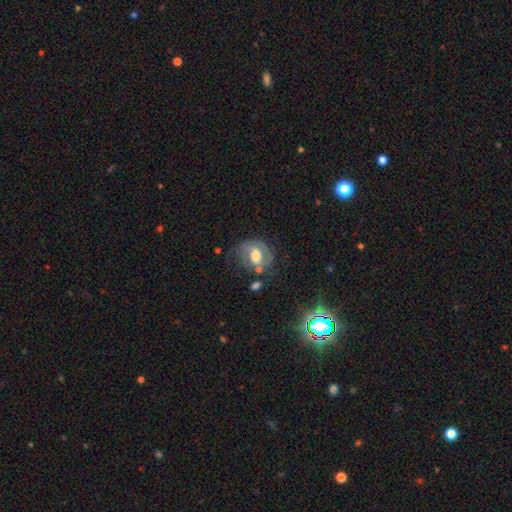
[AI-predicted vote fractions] This appears to be a featured or disk galaxy (65%) with a weak bar (42%), spiral arms (73%) and a moderate central bulge (55%). Merging: none (48%).